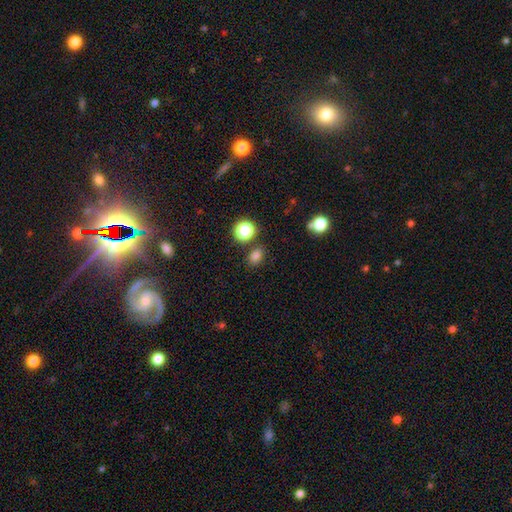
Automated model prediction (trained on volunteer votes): Morphology: type=smooth (79%); roundness=in between (58%); merging=none (80%).